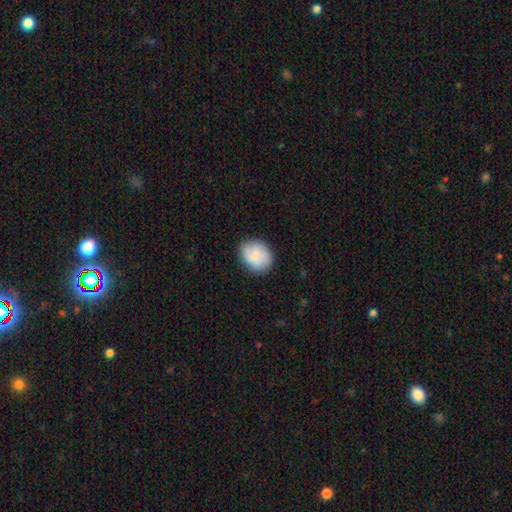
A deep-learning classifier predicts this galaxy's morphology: smooth 69%, featured or disk 24%, star or artifact 7%. Down the decision tree: how rounded — round (62%); merging — none (82%).